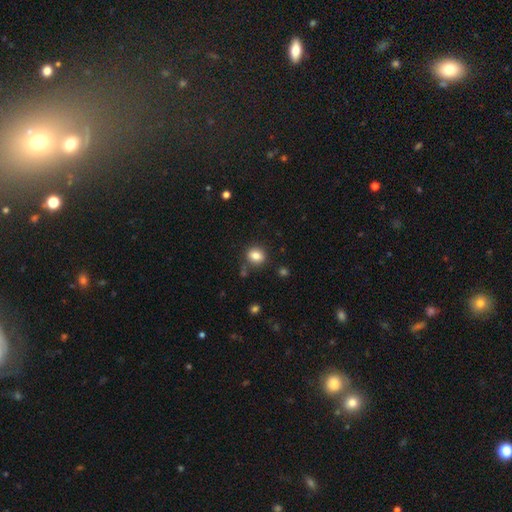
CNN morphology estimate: smooth-or-featured: smooth: 83% | star or artifact: 10% | featured or disk: 7%
  how-rounded: round: 59% | in between: 40% | cigar-shaped: 1%
  merging: none: 80% | minor disturbance: 12% | merger: 4% | major disturbance: 4%